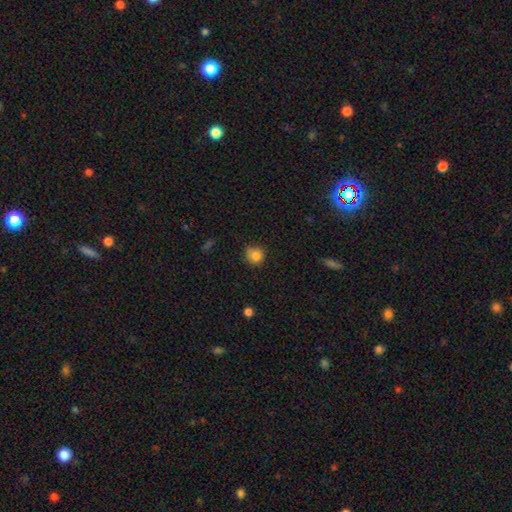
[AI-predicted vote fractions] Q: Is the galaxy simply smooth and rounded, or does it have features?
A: smooth — 83%.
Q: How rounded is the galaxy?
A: round — 88%.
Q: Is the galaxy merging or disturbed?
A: none — 71%.